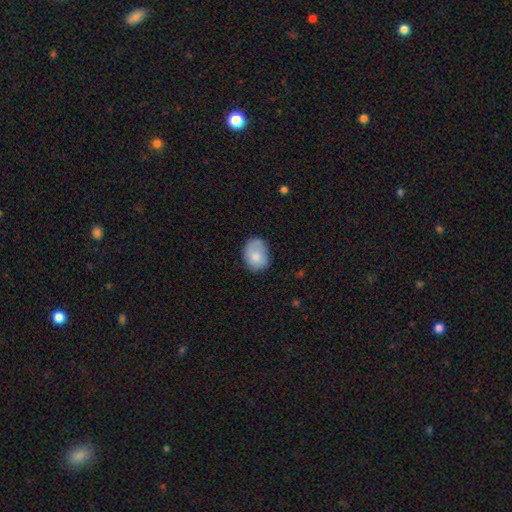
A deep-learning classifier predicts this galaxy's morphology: This appears to be a smooth galaxy with no disk features (77%) that is in between round and cigar-shaped (65%). Merging: none (57%).